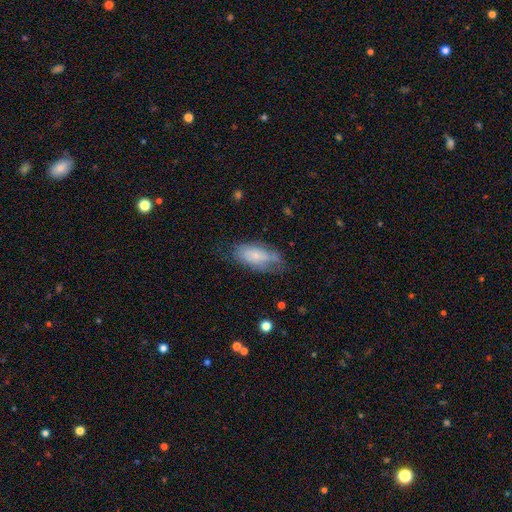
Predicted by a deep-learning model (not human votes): Smooth or featured? smooth (62%)
How rounded? in between (88%)
Merging? none (51%)